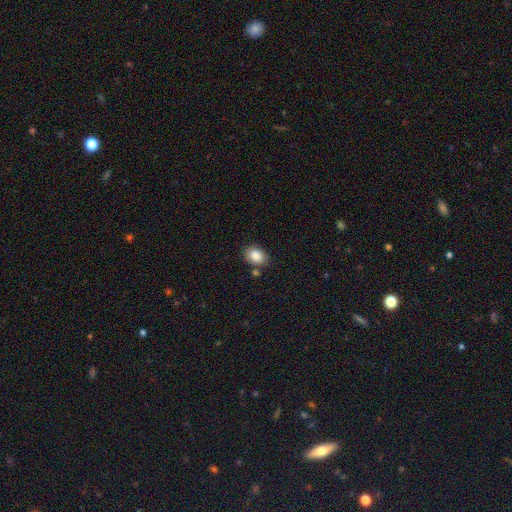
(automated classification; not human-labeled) Q: Smooth or featured?
A: smooth (86%); runner-up: star or artifact (8%)
Q: How rounded?
A: in between (73%); runner-up: round (26%)
Q: Merging?
A: none (78%); runner-up: minor disturbance (12%)